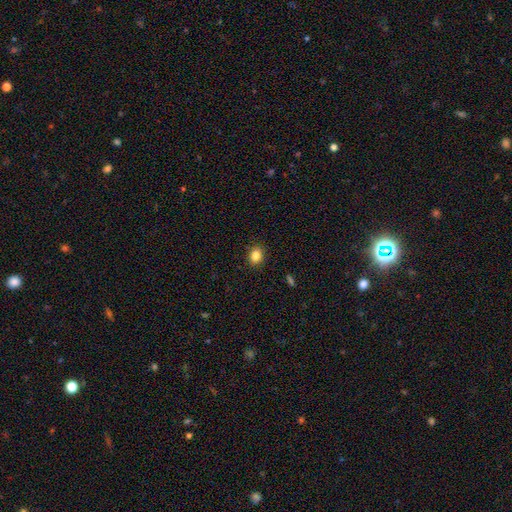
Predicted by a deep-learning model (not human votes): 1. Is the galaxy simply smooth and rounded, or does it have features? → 84% smooth, 10% star or artifact, 5% featured or disk.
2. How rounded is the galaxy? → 54% round, 45% in between, 1% cigar-shaped.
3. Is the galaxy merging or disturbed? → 90% none, 7% minor disturbance, 2% major disturbance, 1% merger.